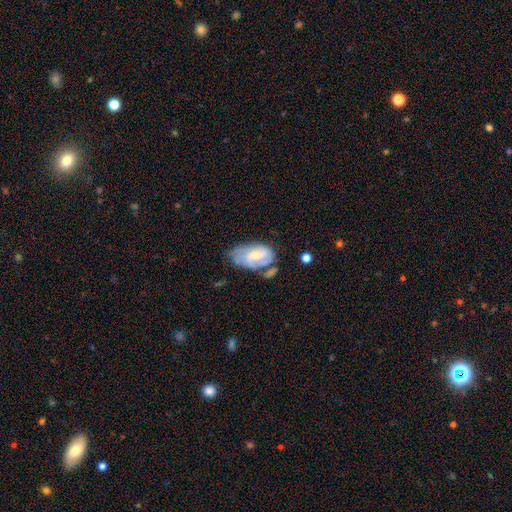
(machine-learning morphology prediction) Overall: featured or disk (61%; smooth 33%). Edge-on disk: no (95%). Bar: weak (48%; no 38%). Spiral arms: yes (77%). Bulge size: moderate (54%; small 37%). Merging: none (40%; minor disturbance 31%).